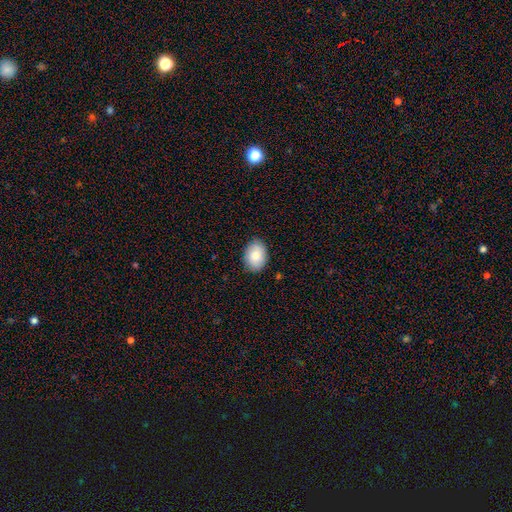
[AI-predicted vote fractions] Smooth or featured?
  - smooth: 83% *
  - featured or disk: 11%
  - star or artifact: 7%
How rounded?
  - in between: 77% *
  - round: 22%
  - cigar-shaped: 1%
Merging?
  - none: 85% *
  - minor disturbance: 12%
  - major disturbance: 2%
  - merger: 1%